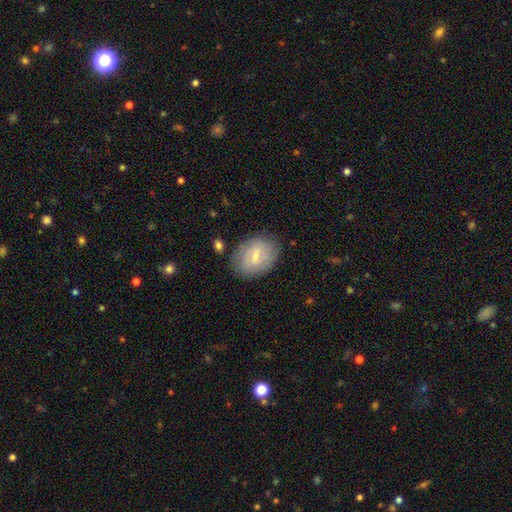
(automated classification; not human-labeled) This is possibly a smooth galaxy (55%). How rounded: likely in between (72%). Merging: likely none (79%).